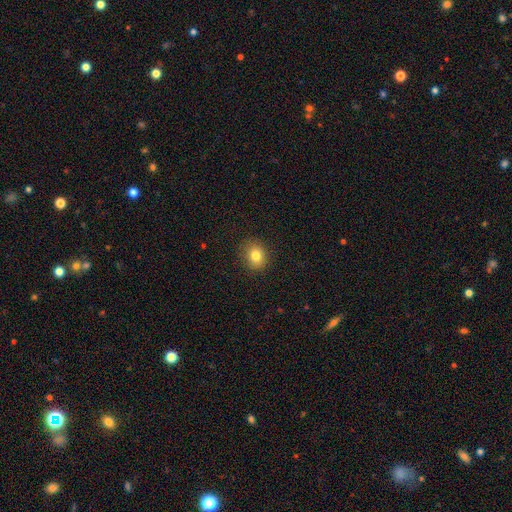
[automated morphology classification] Q: Smooth or featured?
A: smooth (81%); runner-up: star or artifact (12%)
Q: How rounded?
A: round (63%); runner-up: in between (36%)
Q: Merging?
A: none (88%); runner-up: minor disturbance (8%)